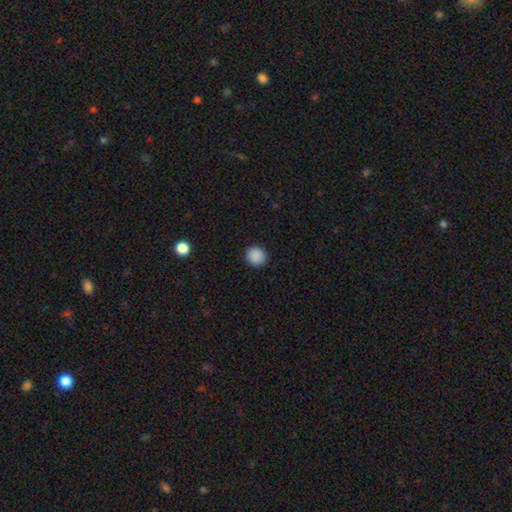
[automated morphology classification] smooth_or_featured: smooth (p=0.89) [alt: star or artifact p=0.09]
how_rounded: round (p=0.90) [alt: in between p=0.09]
merging: none (p=0.92) [alt: minor disturbance p=0.05]